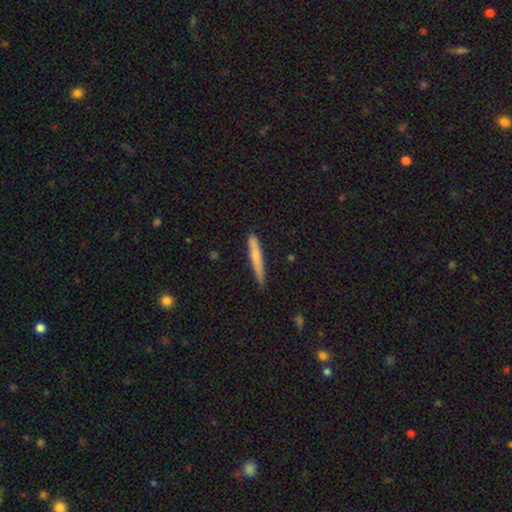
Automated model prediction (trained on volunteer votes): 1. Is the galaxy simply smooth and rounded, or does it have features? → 69% smooth, 25% featured or disk, 6% star or artifact.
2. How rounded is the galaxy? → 95% cigar-shaped, 4% in between, 1% round.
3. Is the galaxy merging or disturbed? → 79% none, 17% minor disturbance, 2% major disturbance, 2% merger.